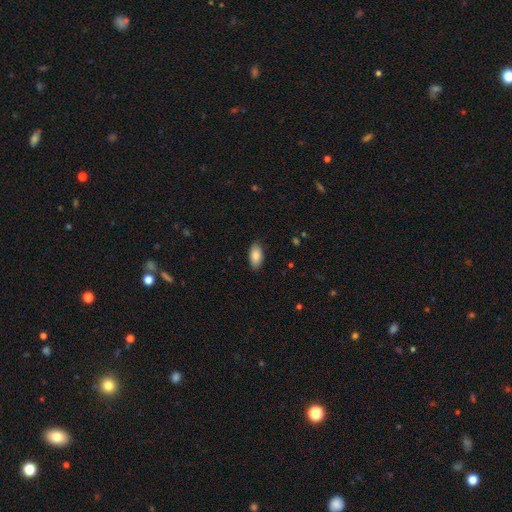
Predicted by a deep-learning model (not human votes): Smooth or featured: smooth — 86% (featured or disk — 7%)
How rounded: in between — 93% (cigar-shaped — 4%)
Merging: none — 87% (minor disturbance — 10%)